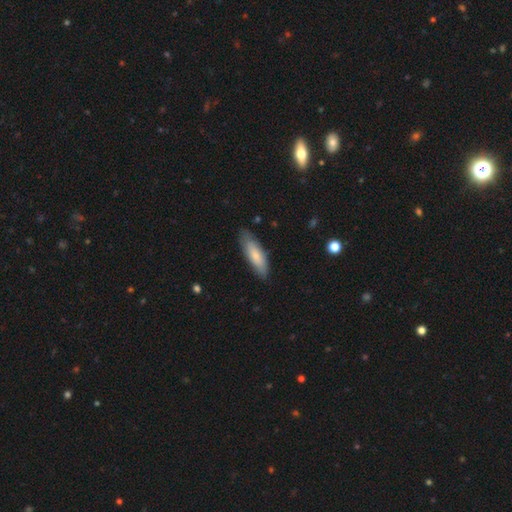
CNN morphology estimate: A smooth galaxy with no disk features (75%) that is in between round and cigar-shaped (53%). Merging: none (81%).